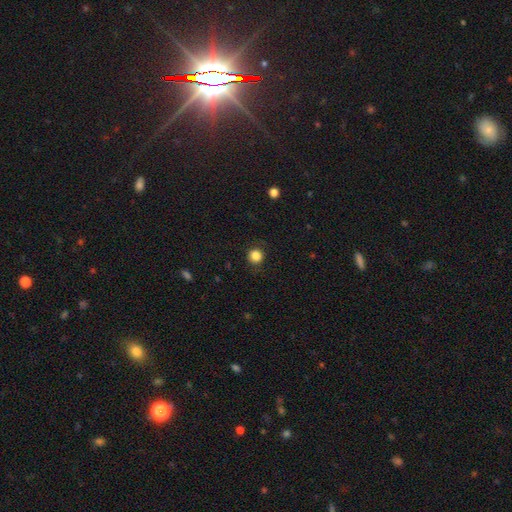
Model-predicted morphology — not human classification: Overall: smooth (85%). How rounded: round (91%). Merging: none (87%).